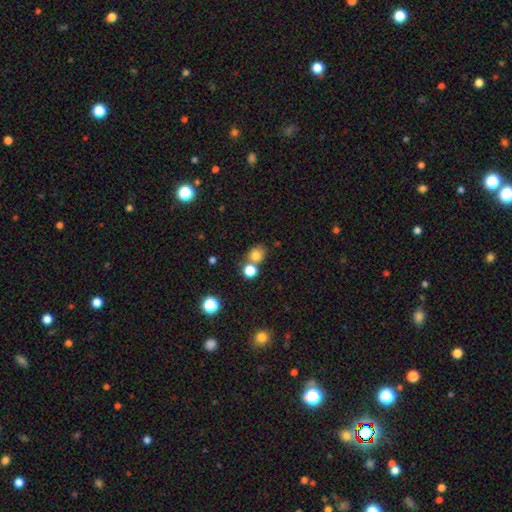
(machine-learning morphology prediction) Q: Smooth or featured?
A: smooth (78%); runner-up: star or artifact (14%)
Q: How rounded?
A: round (73%); runner-up: in between (26%)
Q: Merging?
A: none (57%); runner-up: merger (30%)